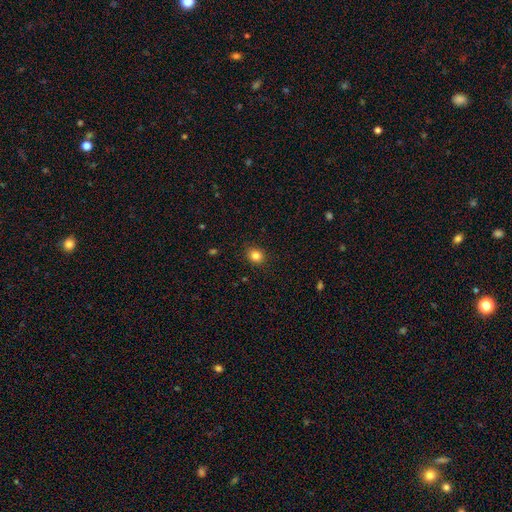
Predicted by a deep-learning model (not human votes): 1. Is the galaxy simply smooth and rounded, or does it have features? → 84% smooth, 11% star or artifact, 5% featured or disk.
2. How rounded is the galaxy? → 69% round, 30% in between, 1% cigar-shaped.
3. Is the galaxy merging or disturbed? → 89% none, 8% minor disturbance, 2% major disturbance, 1% merger.